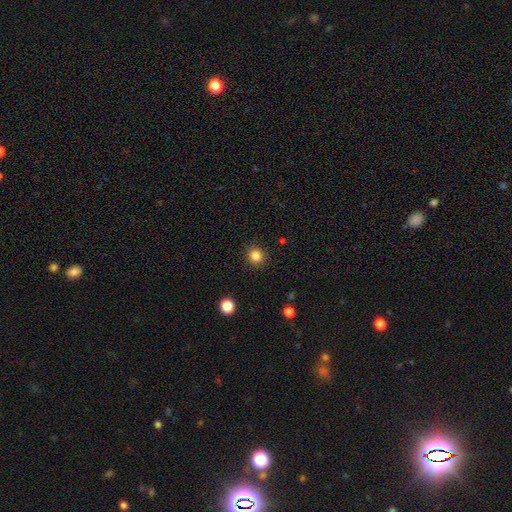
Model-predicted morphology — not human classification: A smooth galaxy with no disk features (84%) that is round (88%).

Vote fractions:
- Smooth or featured? smooth: 84% / star or artifact: 12% / featured or disk: 5%
- How rounded? round: 88% / in between: 11% / cigar-shaped: 1%
- Merging? none: 91% / minor disturbance: 6% / major disturbance: 2% / merger: 1%